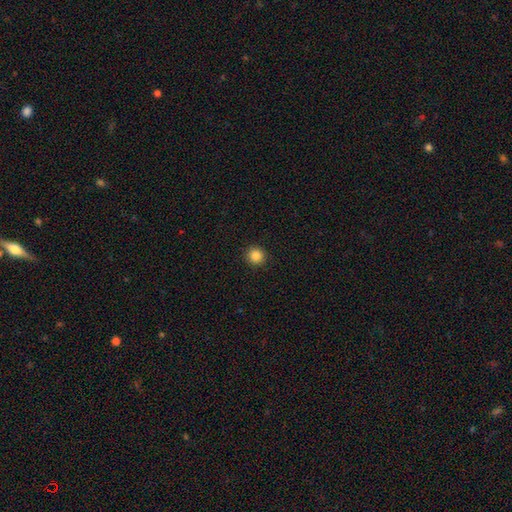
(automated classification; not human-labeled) A smooth galaxy with no disk features (85%) that is round (94%).

Vote fractions:
- Smooth or featured? smooth: 85% / star or artifact: 11% / featured or disk: 4%
- How rounded? round: 94% / in between: 6% / cigar-shaped: 1%
- Merging? none: 93% / minor disturbance: 5% / major disturbance: 2% / merger: 1%